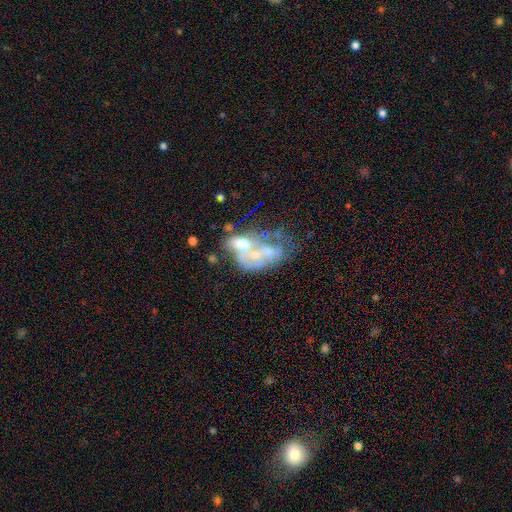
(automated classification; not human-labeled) This is likely a featured or disk galaxy (64%). It is clearly not viewed edge-on (97%). Bar: clearly no (87%). Spiral arm pattern: clearly no (84%). Central bulge: marginally moderate (38%). Merging: possibly merger (49%).